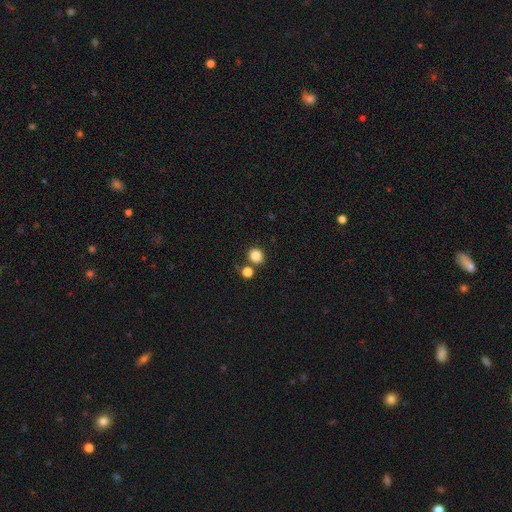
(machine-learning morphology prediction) This is clearly a smooth galaxy (83%). How rounded: clearly round (87%). Merging: likely none (79%).